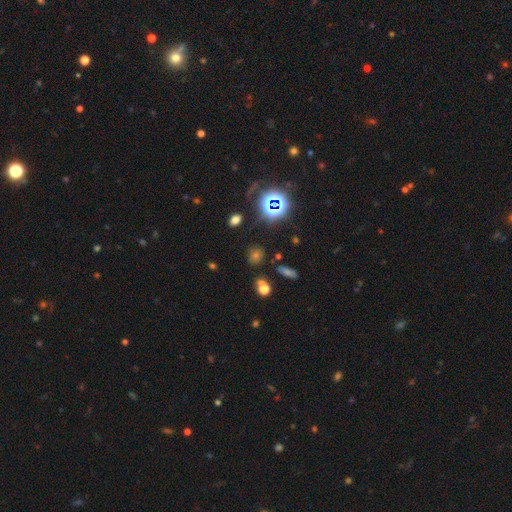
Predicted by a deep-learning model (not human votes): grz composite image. It shows a star or artifact, not a galaxy (48%).